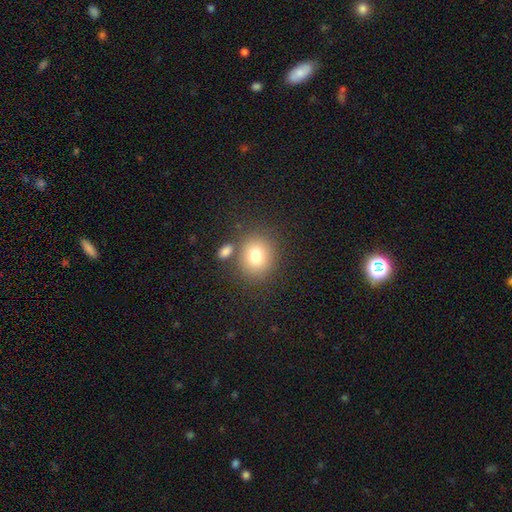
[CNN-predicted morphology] This is likely a smooth galaxy (77%). How rounded: likely round (74%). Merging: likely none (73%).